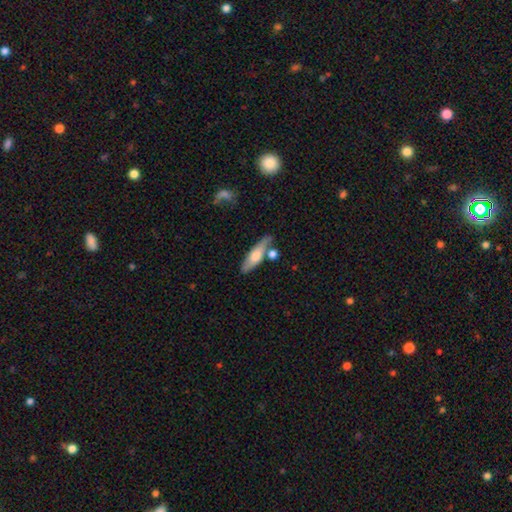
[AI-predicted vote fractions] smooth-or-featured: smooth: 56% | featured or disk: 38% | star or artifact: 6%
  how-rounded: cigar-shaped: 58% | in between: 39% | round: 3%
  merging: none: 67% | minor disturbance: 17% | merger: 12% | major disturbance: 4%